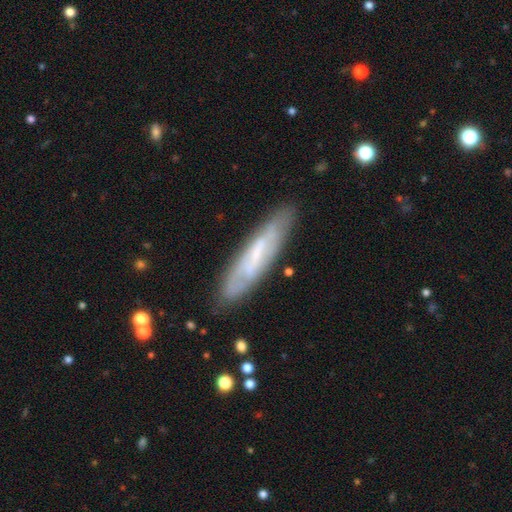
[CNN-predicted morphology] Overall: featured or disk (53%; smooth 40%). Edge-on disk: yes (50%, tied with no). Merging: none (81%).